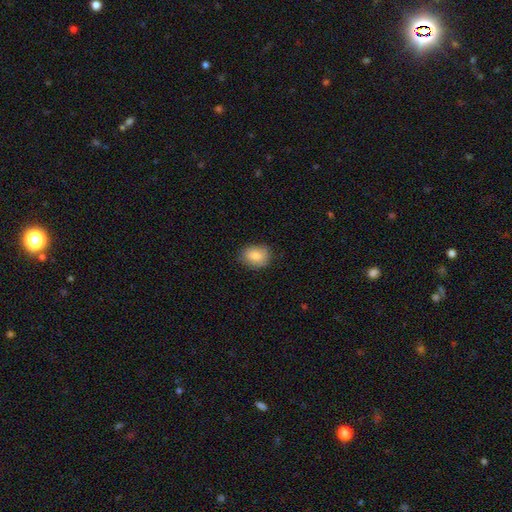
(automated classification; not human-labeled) Overall: smooth (85%). How rounded: in between (59%; round 40%). Merging: none (81%).